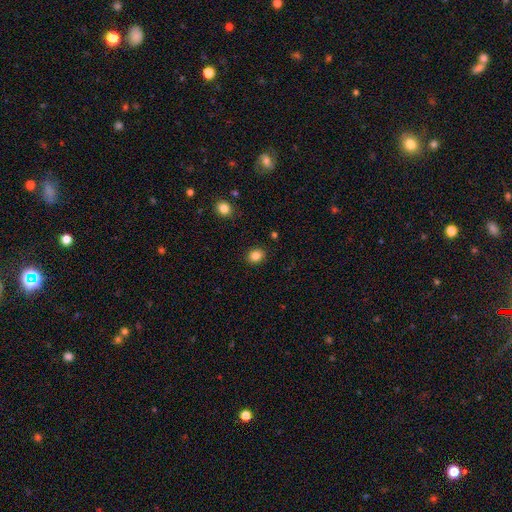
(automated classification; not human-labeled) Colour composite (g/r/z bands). It shows a smooth galaxy with no disk features (85%) that is round (59%). Merging: none (89%).